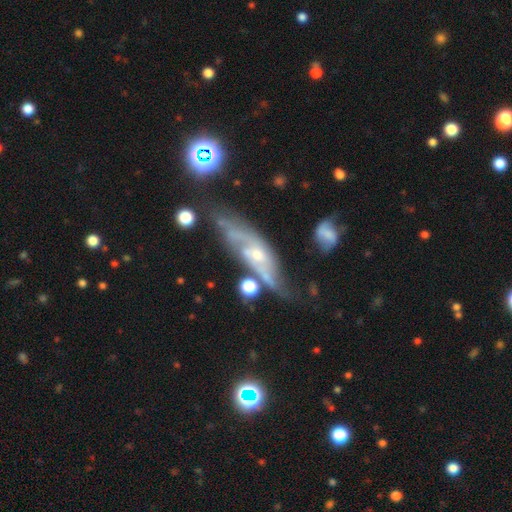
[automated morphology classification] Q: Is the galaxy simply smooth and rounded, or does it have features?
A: featured or disk — 76%.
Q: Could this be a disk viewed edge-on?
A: no — 70%.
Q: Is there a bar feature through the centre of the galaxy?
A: no — 58%.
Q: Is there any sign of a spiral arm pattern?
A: yes — 86%.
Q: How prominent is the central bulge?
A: small — 57%.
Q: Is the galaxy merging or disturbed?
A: none — 52%.